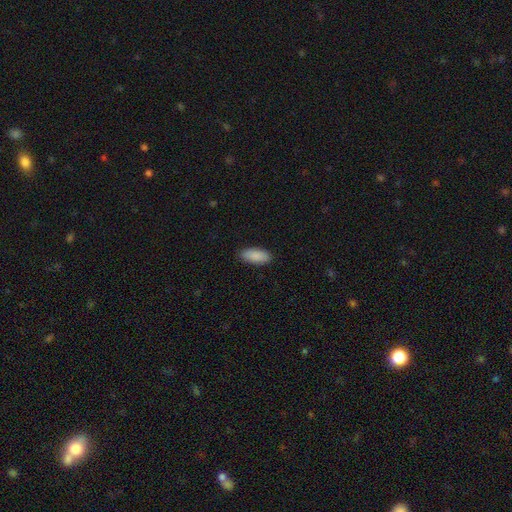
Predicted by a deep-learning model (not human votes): Smooth or featured?
  - smooth: 90% *
  - star or artifact: 6%
  - featured or disk: 4%
How rounded?
  - in between: 88% *
  - cigar-shaped: 10%
  - round: 2%
Merging?
  - none: 89% *
  - minor disturbance: 8%
  - major disturbance: 2%
  - merger: 1%